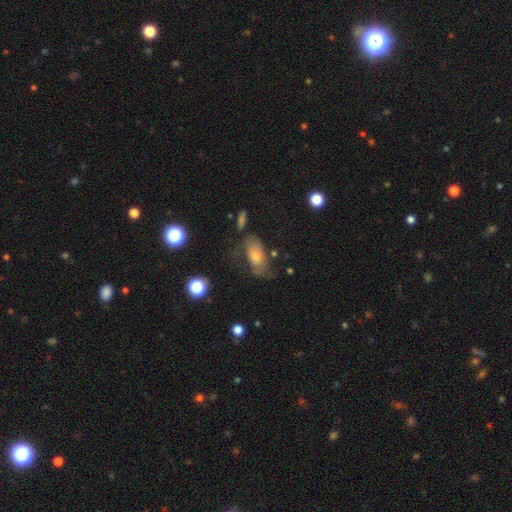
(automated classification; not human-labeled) The model was most divided on "smooth or featured": smooth: 50%, featured or disk: 38%, star or artifact: 13%. Remaining: merging — none (46%).